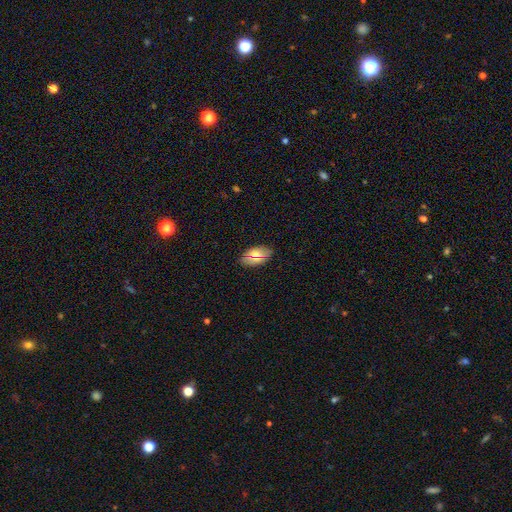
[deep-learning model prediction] Smooth or featured? smooth (71%)
How rounded? in between (91%)
Merging? none (86%)